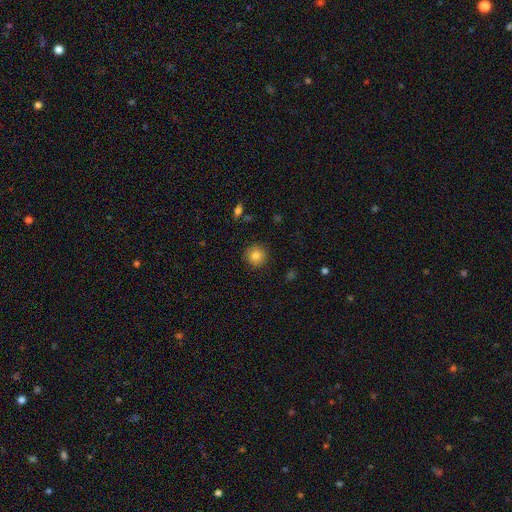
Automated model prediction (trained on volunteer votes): This is clearly a smooth galaxy (82%). How rounded: clearly round (94%). Merging: clearly none (90%).